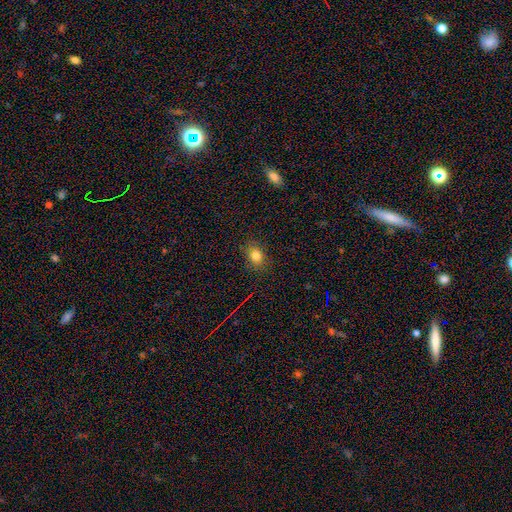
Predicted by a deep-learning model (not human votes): A smooth galaxy with no disk features (80%) that is in between round and cigar-shaped (64%). Merging: none (84%).